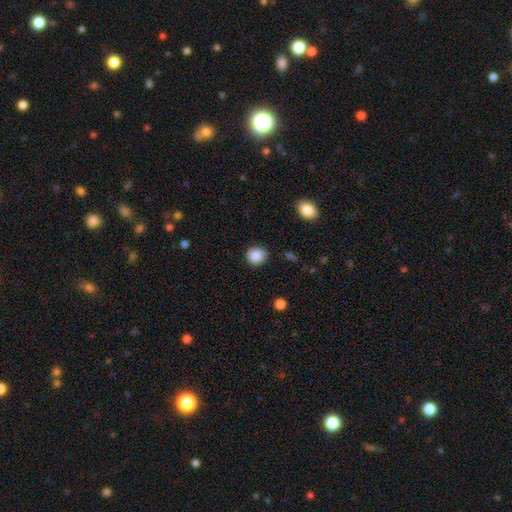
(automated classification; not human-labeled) A smooth galaxy with no disk features (88%) that is round (83%). Merging: none (84%).